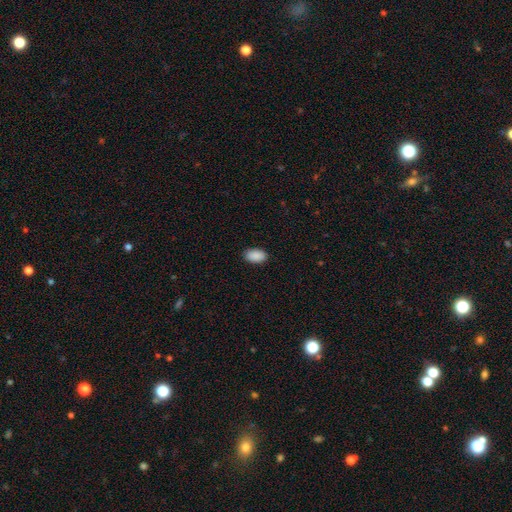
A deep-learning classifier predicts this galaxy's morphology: A smooth galaxy with no disk features (91%) that is in between round and cigar-shaped (94%).

Vote fractions:
- Smooth or featured? smooth: 91% / star or artifact: 6% / featured or disk: 3%
- How rounded? in between: 94% / round: 5% / cigar-shaped: 1%
- Merging? none: 89% / minor disturbance: 8% / major disturbance: 2% / merger: 1%